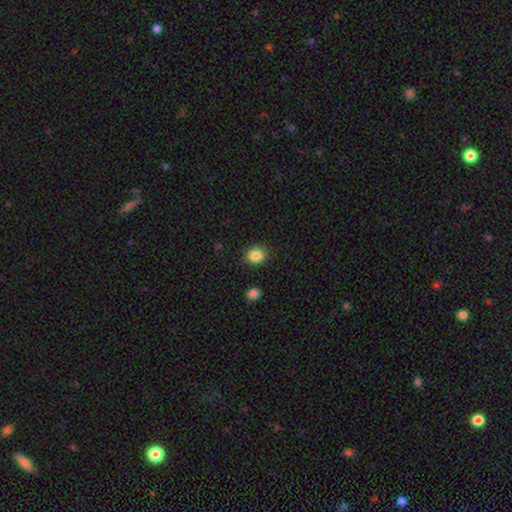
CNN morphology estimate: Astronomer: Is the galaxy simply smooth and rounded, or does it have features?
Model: smooth — 86%.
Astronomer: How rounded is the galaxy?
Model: round — 67%.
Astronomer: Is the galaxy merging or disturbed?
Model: none — 89%.